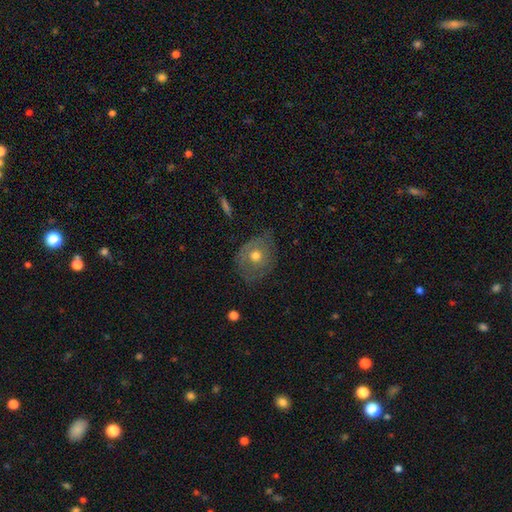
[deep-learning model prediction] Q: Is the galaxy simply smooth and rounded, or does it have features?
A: smooth — 51%.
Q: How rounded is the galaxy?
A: round — 63%.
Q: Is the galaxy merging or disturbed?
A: none — 61%.